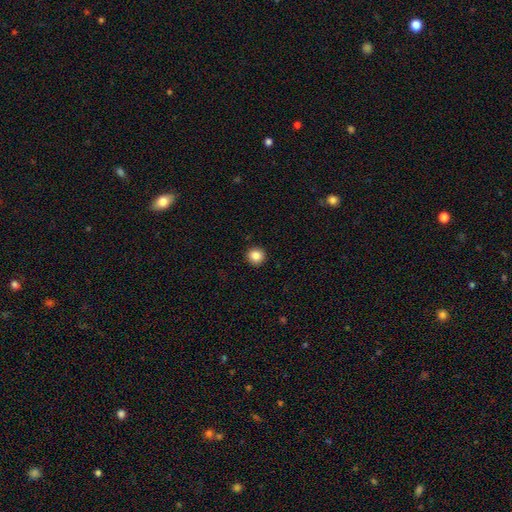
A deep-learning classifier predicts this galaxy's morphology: The model was most divided on "smooth or featured": smooth: 86%, star or artifact: 10%, featured or disk: 4%. More confident: how rounded — round (94%); merging — none (93%).